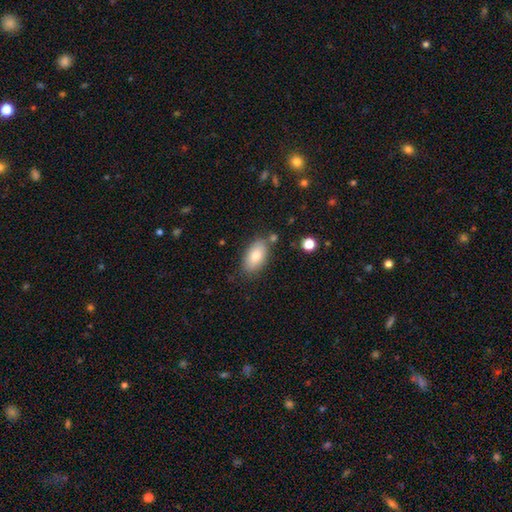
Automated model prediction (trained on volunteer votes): A smooth galaxy with no disk features (80%) that is in between round and cigar-shaped (93%).

Vote fractions:
- Smooth or featured? smooth: 80% / featured or disk: 13% / star or artifact: 7%
- How rounded? in between: 93% / round: 4% / cigar-shaped: 3%
- Merging? none: 78% / minor disturbance: 14% / merger: 5% / major disturbance: 3%